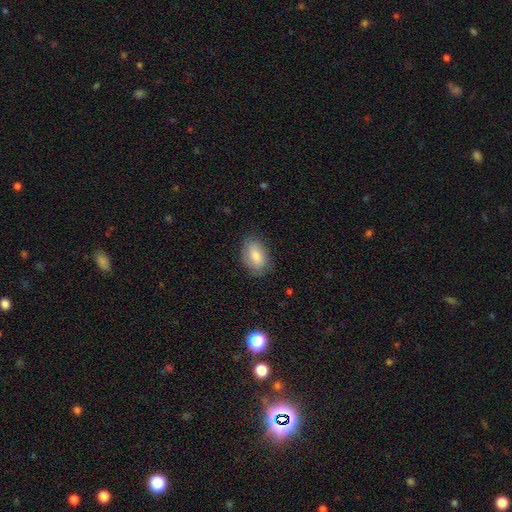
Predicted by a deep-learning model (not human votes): Smooth or featured?
  - smooth: 78% *
  - featured or disk: 16%
  - star or artifact: 7%
How rounded?
  - in between: 89% *
  - round: 9%
  - cigar-shaped: 2%
Merging?
  - none: 80% *
  - minor disturbance: 16%
  - major disturbance: 4%
  - merger: 1%